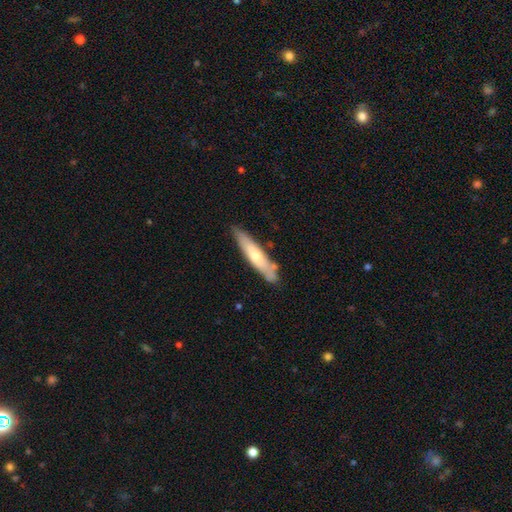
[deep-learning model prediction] Q: Smooth or featured?
A: smooth (56%); runner-up: featured or disk (38%)
Q: How rounded?
A: cigar-shaped (85%); runner-up: in between (14%)
Q: Merging?
A: none (79%); runner-up: minor disturbance (14%)